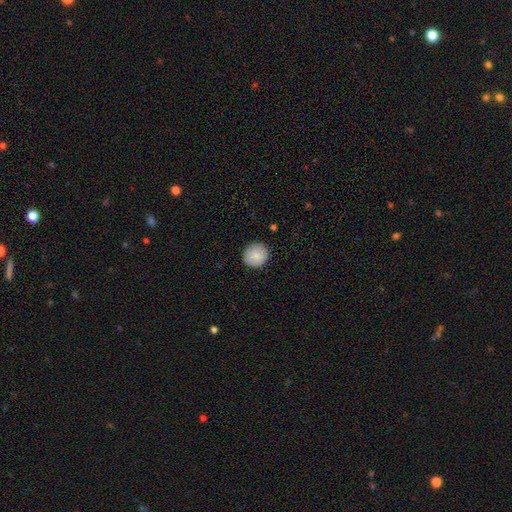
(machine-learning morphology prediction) smooth-or-featured: smooth: 88% | star or artifact: 7% | featured or disk: 5%
  how-rounded: round: 91% | in between: 9% | cigar-shaped: 1%
  merging: none: 90% | minor disturbance: 7% | major disturbance: 2% | merger: 1%